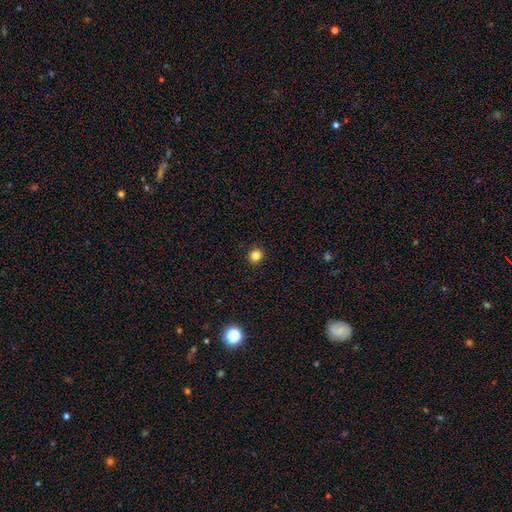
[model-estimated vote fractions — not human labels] A smooth galaxy with no disk features (83%) that is round (89%). Merging: none (92%).